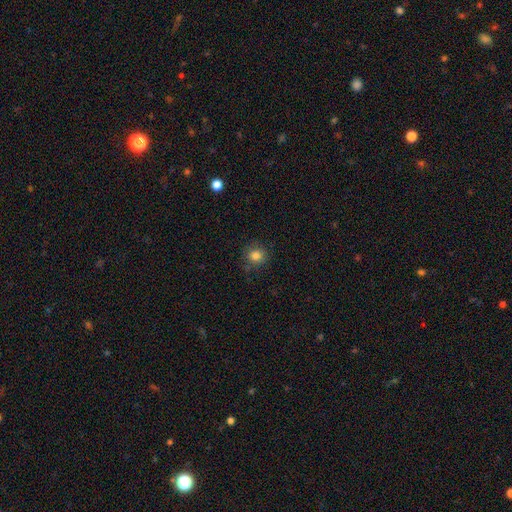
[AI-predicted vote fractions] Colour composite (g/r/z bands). It shows a smooth galaxy with no disk features (83%) that is round (86%). Merging: none (85%).